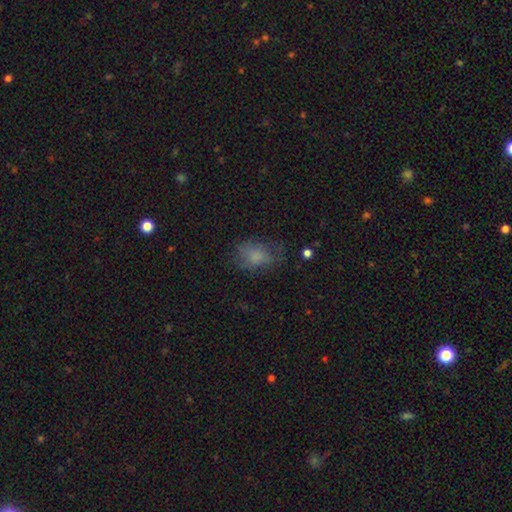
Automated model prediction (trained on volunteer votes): A smooth galaxy with no disk features (71%) that is in between round and cigar-shaped (78%).

Vote fractions:
- Smooth or featured? smooth: 71% / featured or disk: 17% / star or artifact: 12%
- How rounded? in between: 78% / round: 20% / cigar-shaped: 2%
- Merging? none: 54% / minor disturbance: 26% / major disturbance: 18% / merger: 2%